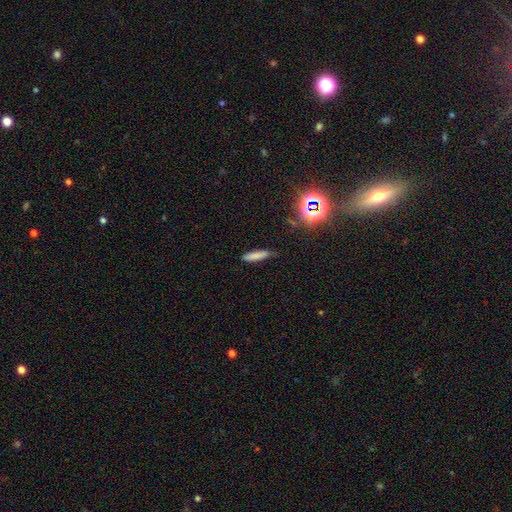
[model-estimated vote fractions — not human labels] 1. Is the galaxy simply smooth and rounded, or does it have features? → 77% smooth, 13% star or artifact, 10% featured or disk.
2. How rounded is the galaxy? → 76% cigar-shaped, 22% in between, 2% round.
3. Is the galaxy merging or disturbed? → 75% none, 20% minor disturbance, 4% major disturbance, 2% merger.